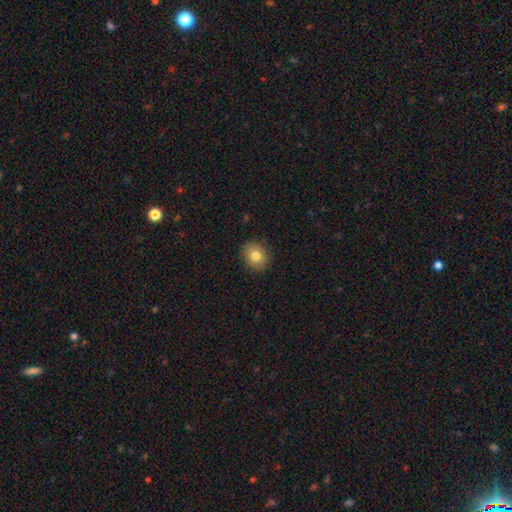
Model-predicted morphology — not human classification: smooth_or_featured: smooth (p=0.80) [alt: featured or disk p=0.10]
how_rounded: round (p=0.67) [alt: in between p=0.32]
merging: none (p=0.89) [alt: minor disturbance p=0.08]